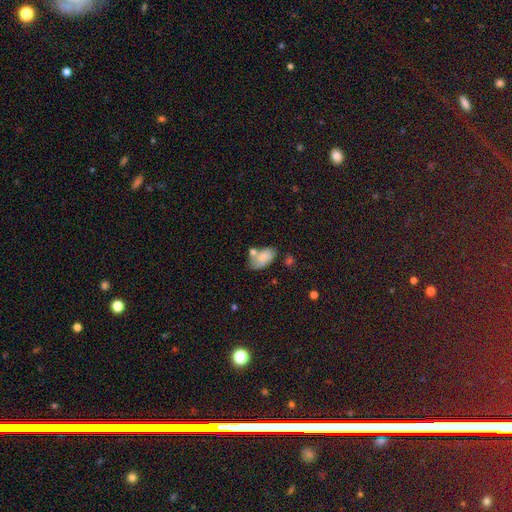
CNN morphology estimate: Overall: smooth (67%). How rounded: in between (91%). Merging: none (45%; merger 24%).